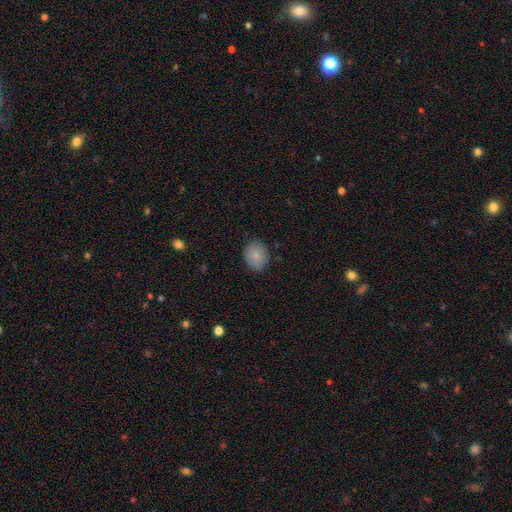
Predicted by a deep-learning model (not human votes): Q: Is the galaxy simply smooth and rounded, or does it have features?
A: smooth — 84%.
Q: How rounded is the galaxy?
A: round — 51%.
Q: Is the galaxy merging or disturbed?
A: none — 85%.